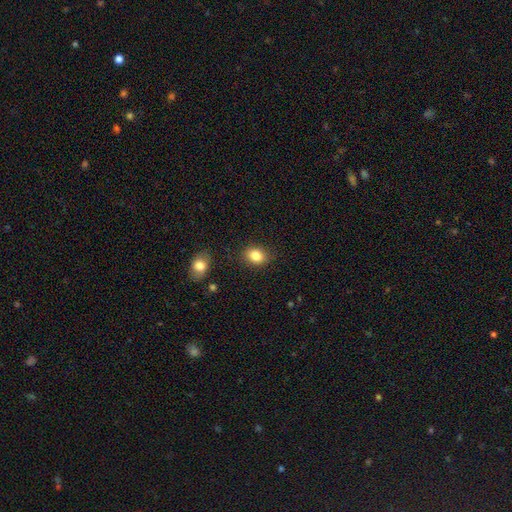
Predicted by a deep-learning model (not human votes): Smooth or featured?
  - smooth: 84% *
  - star or artifact: 10%
  - featured or disk: 7%
How rounded?
  - in between: 60% *
  - round: 39%
  - cigar-shaped: 1%
Merging?
  - none: 85% *
  - minor disturbance: 11%
  - major disturbance: 3%
  - merger: 2%